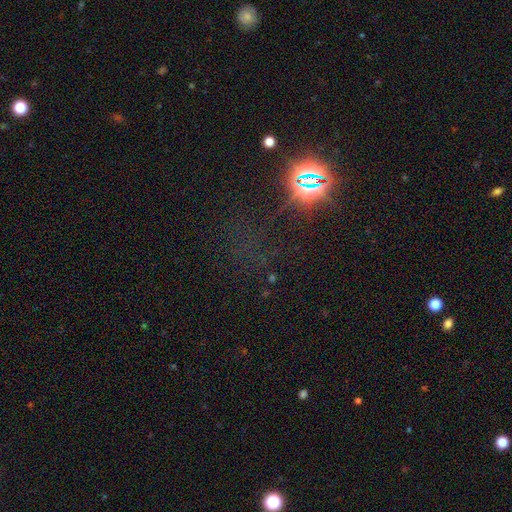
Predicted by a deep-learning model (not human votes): The model was most divided on "smooth or featured": star or artifact: 69%, smooth: 21%, featured or disk: 10%.